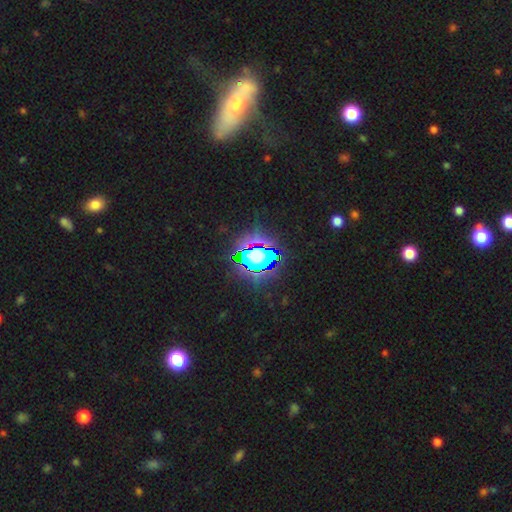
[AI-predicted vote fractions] Smooth or featured: star or artifact — 60% (smooth — 23%)